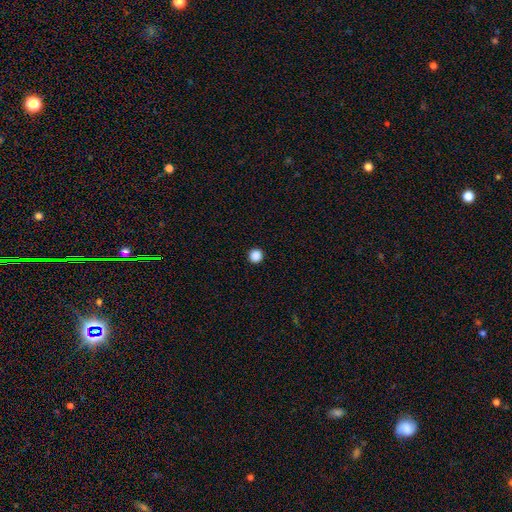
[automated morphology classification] Overall: smooth (87%). How rounded: round (96%). Merging: none (94%).